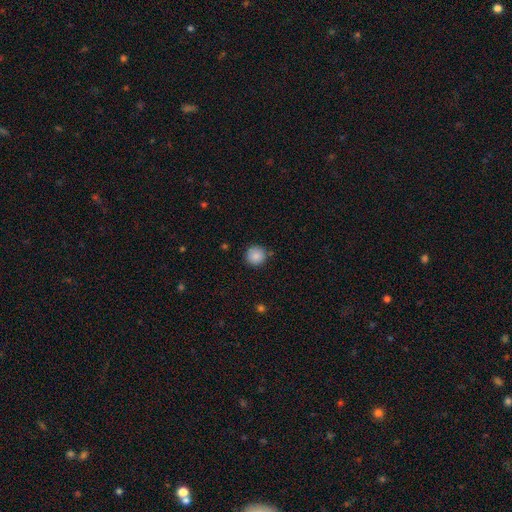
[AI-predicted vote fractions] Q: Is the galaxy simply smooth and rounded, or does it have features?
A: smooth — 87%.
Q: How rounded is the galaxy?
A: round — 95%.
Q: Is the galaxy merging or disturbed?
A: none — 87%.